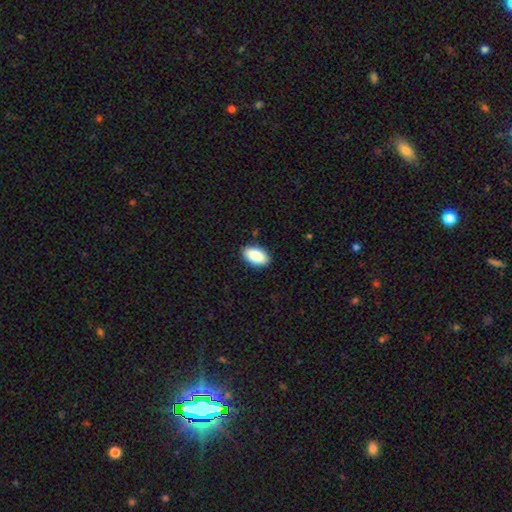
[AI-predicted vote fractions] smooth-or-featured: smooth: 88% | star or artifact: 6% | featured or disk: 6%
  how-rounded: in between: 95% | round: 3% | cigar-shaped: 2%
  merging: none: 89% | minor disturbance: 8% | major disturbance: 2% | merger: 1%